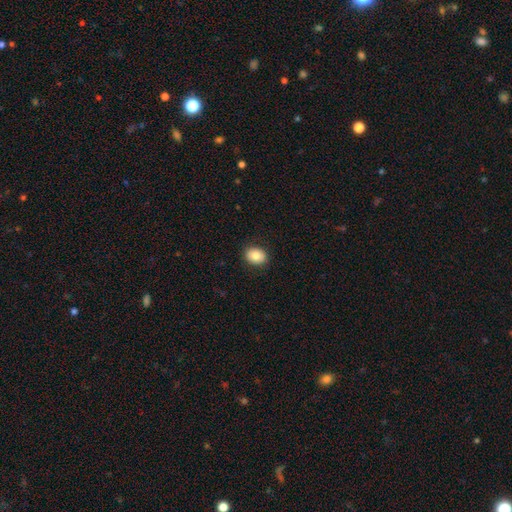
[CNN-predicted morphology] Smooth or featured: smooth — 83% (featured or disk — 9%)
How rounded: in between — 53% (round — 47%)
Merging: none — 88% (minor disturbance — 9%)